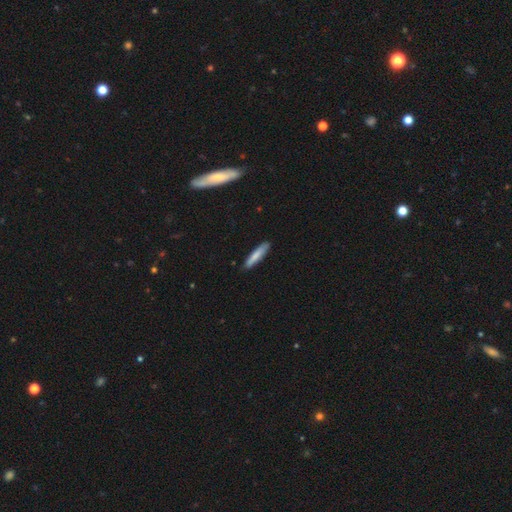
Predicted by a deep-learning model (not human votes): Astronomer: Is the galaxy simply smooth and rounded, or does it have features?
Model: smooth — 78%.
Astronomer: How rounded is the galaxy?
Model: cigar-shaped — 88%.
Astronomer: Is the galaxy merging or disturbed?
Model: none — 86%.